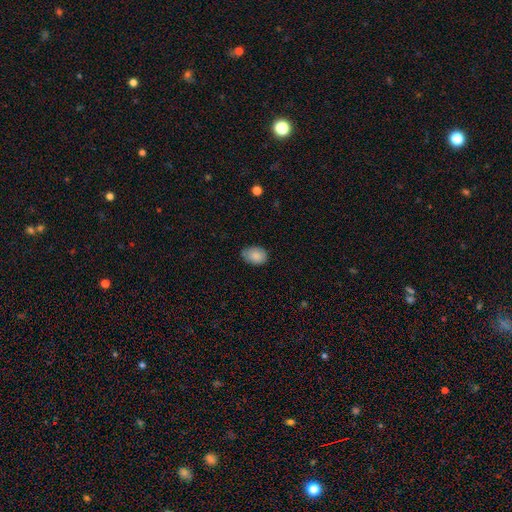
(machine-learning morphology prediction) smooth 86%, star or artifact 8%, featured or disk 6%. Down the decision tree: how rounded — in between (74%); merging — none (71%).